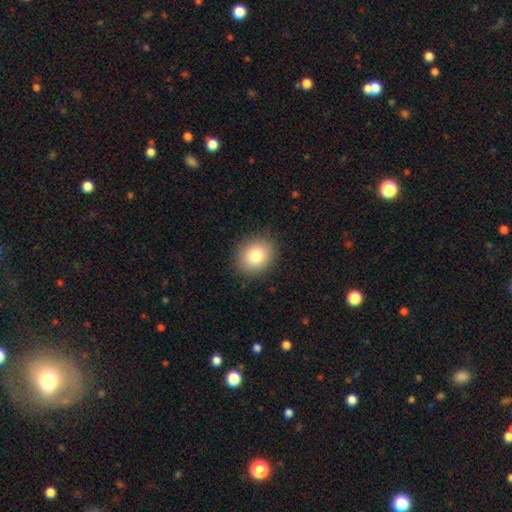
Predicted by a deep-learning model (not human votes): This is clearly a smooth galaxy (81%). How rounded: likely round (64%). Merging: clearly none (88%).